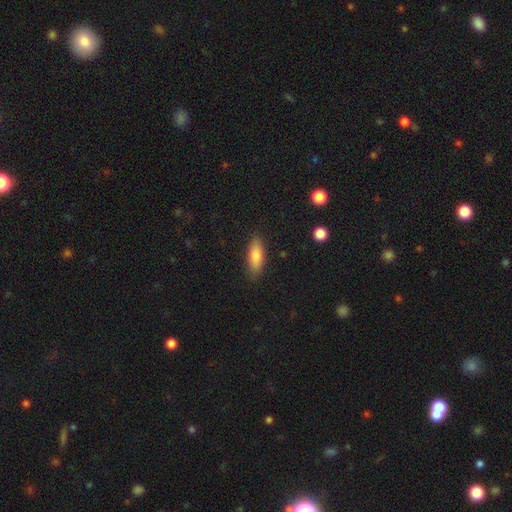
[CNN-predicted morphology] A smooth galaxy with no disk features (79%) that is in between round and cigar-shaped (64%). Merging: none (86%).